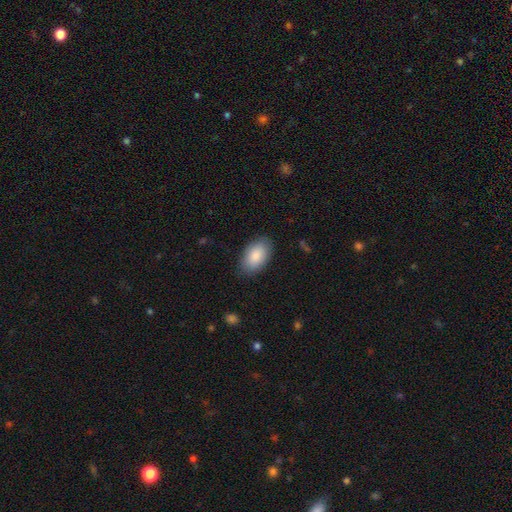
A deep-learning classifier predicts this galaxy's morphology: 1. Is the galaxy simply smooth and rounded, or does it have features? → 86% smooth, 8% featured or disk, 6% star or artifact.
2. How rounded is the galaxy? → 94% in between, 5% round, 1% cigar-shaped.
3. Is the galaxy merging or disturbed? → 85% none, 12% minor disturbance, 3% major disturbance, 1% merger.